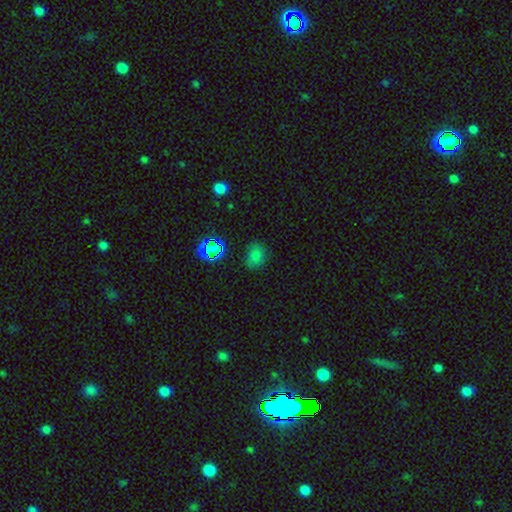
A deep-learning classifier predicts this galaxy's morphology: Q: Smooth or featured?
A: smooth (72%); runner-up: star or artifact (22%)
Q: How rounded?
A: round (57%); runner-up: in between (42%)
Q: Merging?
A: none (78%); runner-up: minor disturbance (16%)